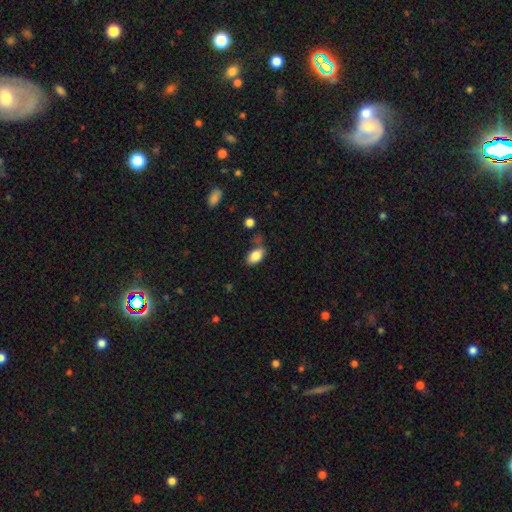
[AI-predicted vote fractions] Smooth or featured?
  - smooth: 84% *
  - featured or disk: 8%
  - star or artifact: 8%
How rounded?
  - in between: 93% *
  - round: 5%
  - cigar-shaped: 2%
Merging?
  - none: 67% *
  - minor disturbance: 20%
  - merger: 8%
  - major disturbance: 5%